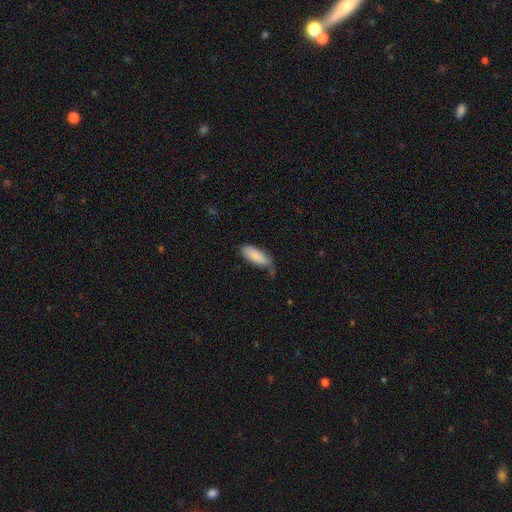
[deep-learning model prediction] smooth-or-featured: smooth: 87% | featured or disk: 7% | star or artifact: 6%
  how-rounded: in between: 78% | cigar-shaped: 20% | round: 2%
  merging: none: 47% | minor disturbance: 39% | major disturbance: 10% | merger: 4%